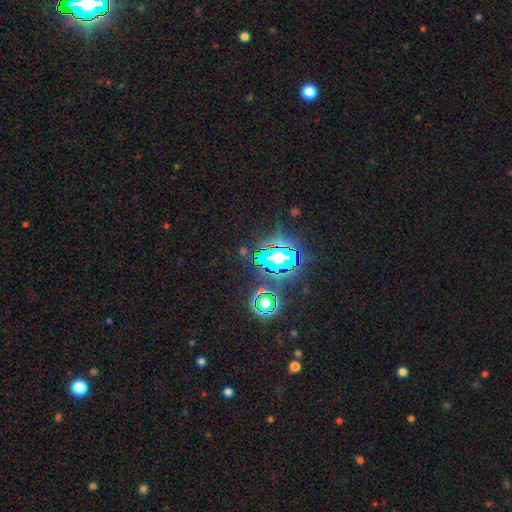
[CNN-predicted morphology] Smooth or featured?
  - star or artifact: 79% *
  - smooth: 12%
  - featured or disk: 9%